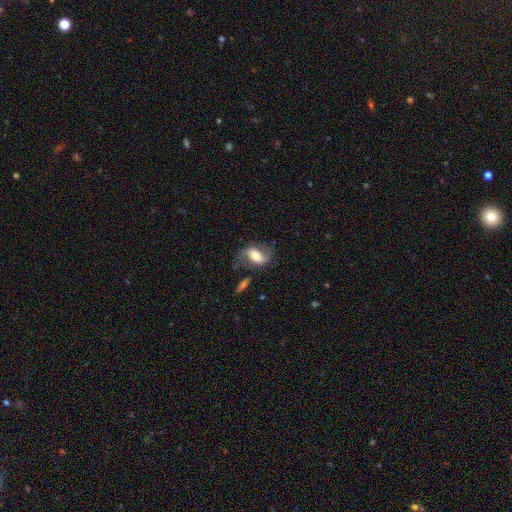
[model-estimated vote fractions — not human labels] Smooth or featured?
  - featured or disk: 52% *
  - smooth: 41%
  - star or artifact: 8%
Edge-on disk?
  - no: 93% *
  - yes: 7%
Merging?
  - none: 58% *
  - minor disturbance: 22%
  - major disturbance: 15%
  - merger: 6%